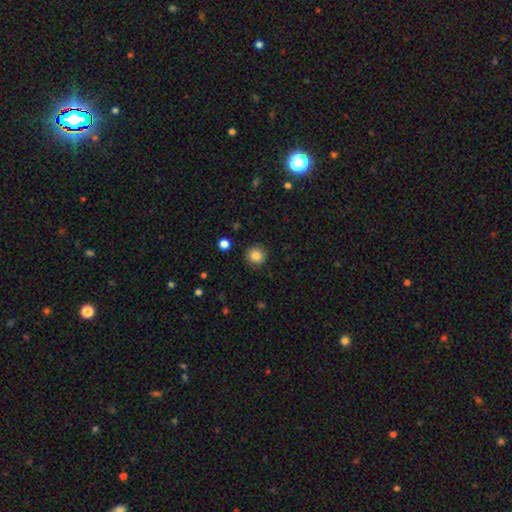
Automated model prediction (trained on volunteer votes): A smooth galaxy with no disk features (86%) that is round (92%).

Vote fractions:
- Smooth or featured? smooth: 86% / star or artifact: 10% / featured or disk: 4%
- How rounded? round: 92% / in between: 7% / cigar-shaped: 1%
- Merging? none: 90% / minor disturbance: 6% / major disturbance: 2% / merger: 1%